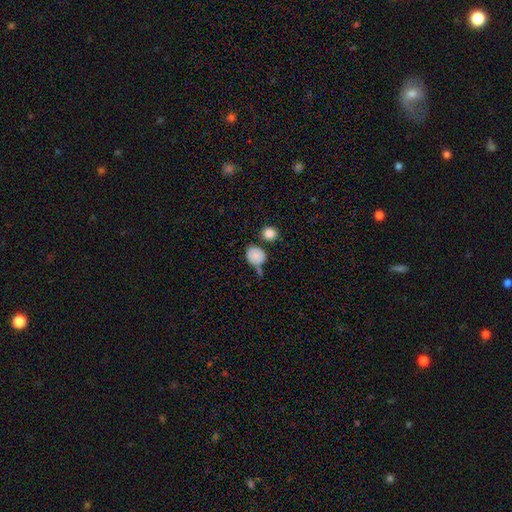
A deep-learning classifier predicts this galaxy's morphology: Smooth or featured: smooth — 81% (star or artifact — 10%)
How rounded: round — 69% (in between — 30%)
Merging: none — 56% (minor disturbance — 20%)